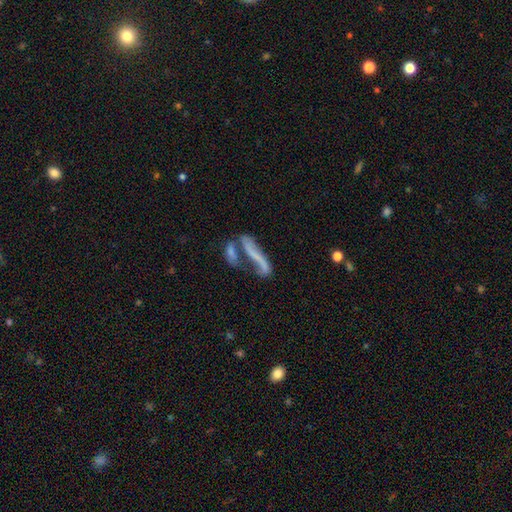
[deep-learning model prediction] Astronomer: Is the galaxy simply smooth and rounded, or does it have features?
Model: featured or disk — 48% (runner-up: smooth, 40%).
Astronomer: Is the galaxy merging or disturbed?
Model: merger — 43% (runner-up: none, 28%).